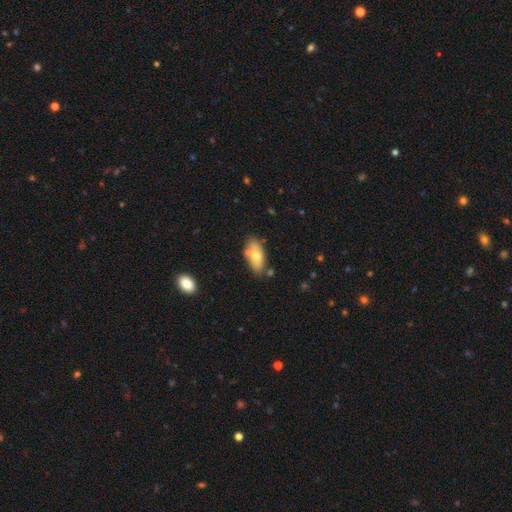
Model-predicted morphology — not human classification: This appears to be a smooth galaxy with no disk features (67%) that is in between round and cigar-shaped (92%). Merging: none (67%).